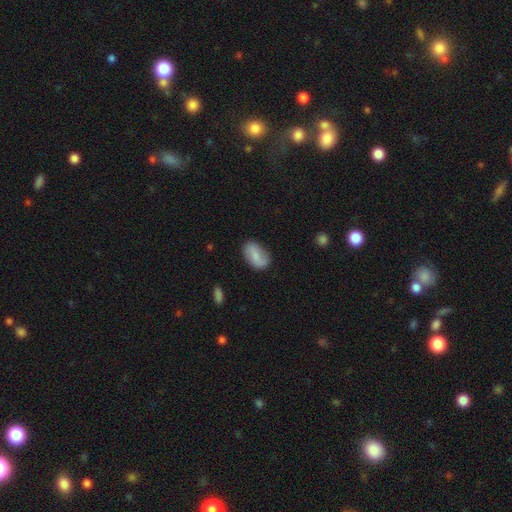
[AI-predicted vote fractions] This appears to be a smooth galaxy with no disk features (64%) that is in between round and cigar-shaped (90%). Merging: none (75%).